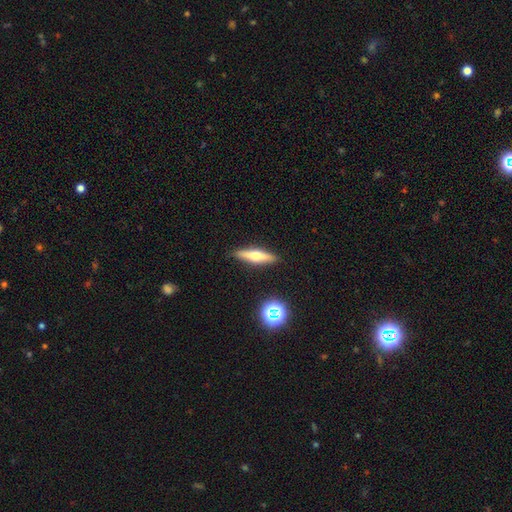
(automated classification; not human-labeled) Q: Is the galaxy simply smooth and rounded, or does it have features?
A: featured or disk — 53%.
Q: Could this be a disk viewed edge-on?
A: yes — 93%.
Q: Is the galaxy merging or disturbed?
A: none — 90%.